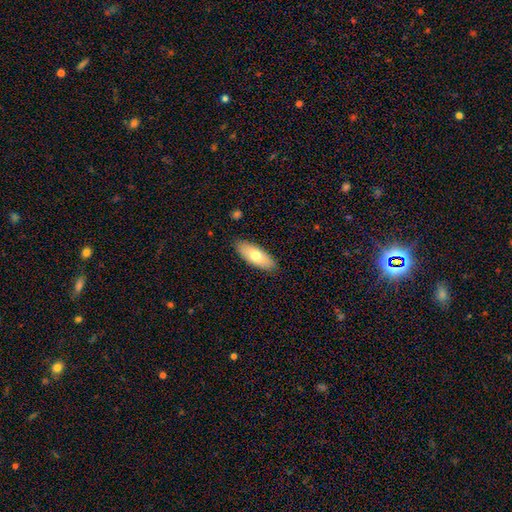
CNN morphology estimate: smooth_or_featured: smooth (p=0.71) [alt: featured or disk p=0.23]
how_rounded: in between (p=0.76) [alt: cigar-shaped p=0.22]
merging: none (p=0.87) [alt: minor disturbance p=0.10]